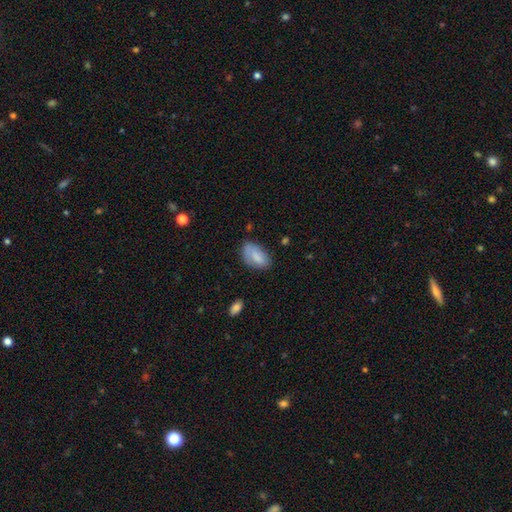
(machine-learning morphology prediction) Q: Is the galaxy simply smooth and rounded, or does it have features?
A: smooth — 78%.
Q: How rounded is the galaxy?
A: in between — 93%.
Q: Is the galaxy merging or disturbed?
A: none — 61%.